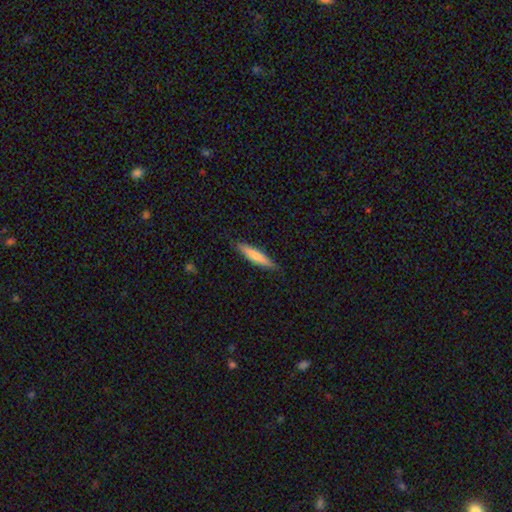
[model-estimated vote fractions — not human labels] Smooth or featured? smooth (74%)
How rounded? cigar-shaped (87%)
Merging? none (86%)